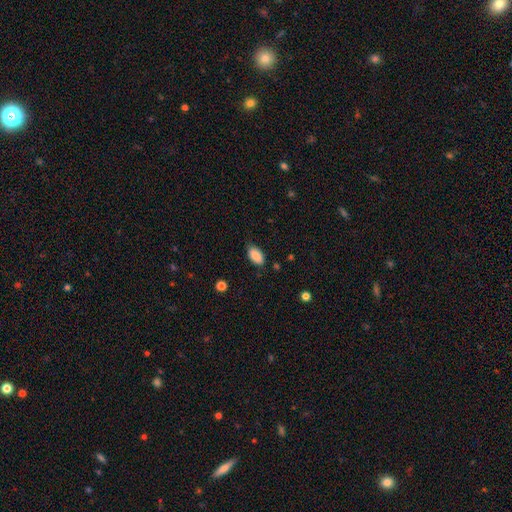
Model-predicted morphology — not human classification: Q: Smooth or featured?
A: smooth (88%); runner-up: star or artifact (7%)
Q: How rounded?
A: in between (93%); runner-up: round (4%)
Q: Merging?
A: none (79%); runner-up: minor disturbance (16%)